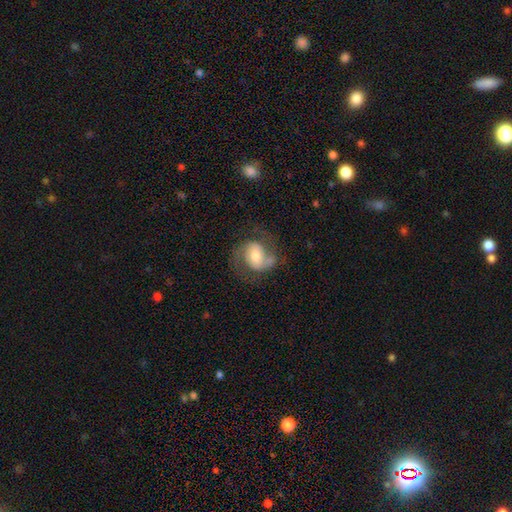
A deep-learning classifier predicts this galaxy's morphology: Overall: featured or disk (67%). Edge-on disk: no (97%). Bar: no (44%; weak 41%). Spiral arms: yes (89%). Spiral arm count: 2 (84%). Spiral winding: medium (52%; loose 27%). Bulge size: moderate (60%; small 23%). Merging: none (60%; minor disturbance 20%).